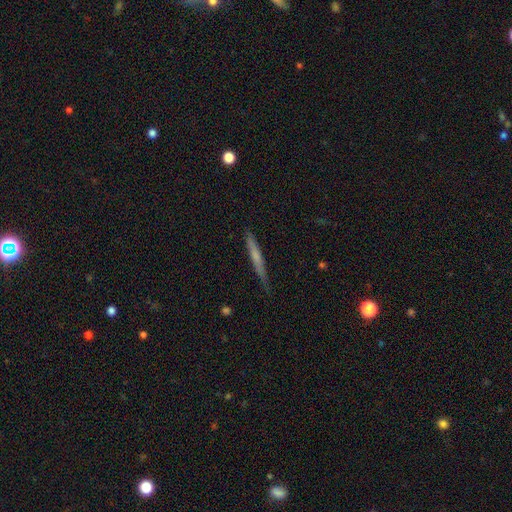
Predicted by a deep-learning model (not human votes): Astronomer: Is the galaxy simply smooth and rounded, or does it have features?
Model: smooth — 51% (runner-up: featured or disk, 43%).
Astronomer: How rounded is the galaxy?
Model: cigar-shaped — 96%.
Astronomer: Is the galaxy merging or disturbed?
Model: none — 82%.